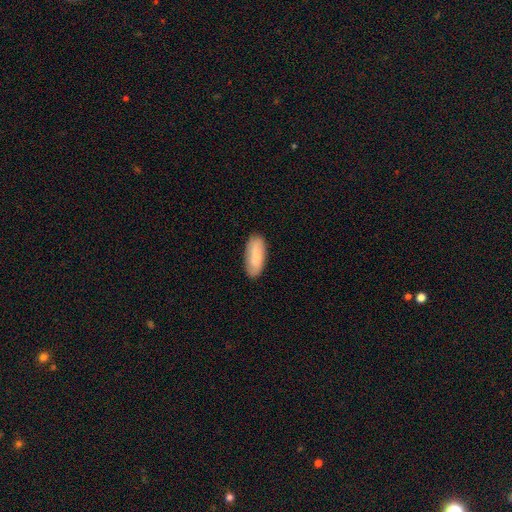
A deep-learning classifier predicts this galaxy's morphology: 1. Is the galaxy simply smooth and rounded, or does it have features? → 79% smooth, 15% featured or disk, 6% star or artifact.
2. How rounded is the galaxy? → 79% in between, 19% cigar-shaped, 2% round.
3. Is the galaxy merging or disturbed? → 85% none, 12% minor disturbance, 2% major disturbance, 1% merger.